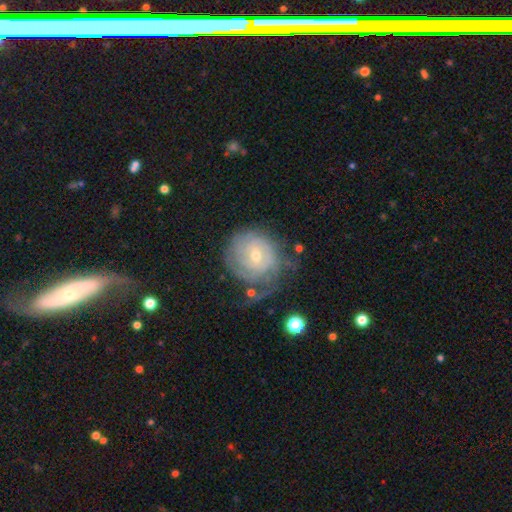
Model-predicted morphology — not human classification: Smooth or featured: featured or disk — 74% (smooth — 18%)
Edge-on disk: no — 97% (yes — 3%)
Bar: no — 64% (weak — 30%)
Spiral arms: yes — 89% (no — 11%)
Spiral winding: tight — 76% (medium — 18%)
Spiral arm count: can't tell — 54% (2 — 16%)
Bulge size: small — 49% (moderate — 47%)
Merging: none — 54% (minor disturbance — 24%)